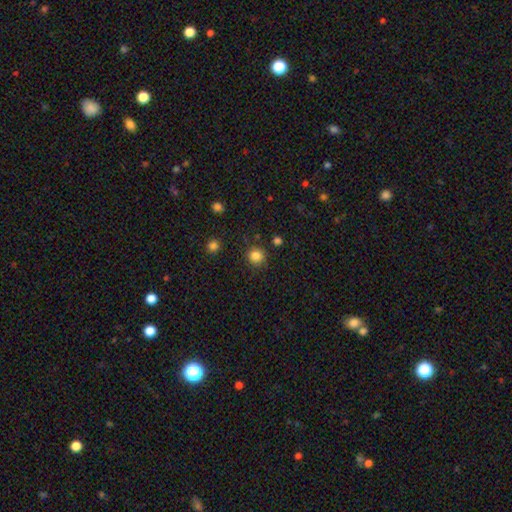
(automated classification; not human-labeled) Smooth or featured?
  - smooth: 84% *
  - star or artifact: 12%
  - featured or disk: 4%
How rounded?
  - round: 93% *
  - in between: 6%
  - cigar-shaped: 1%
Merging?
  - none: 88% *
  - minor disturbance: 7%
  - merger: 3%
  - major disturbance: 3%